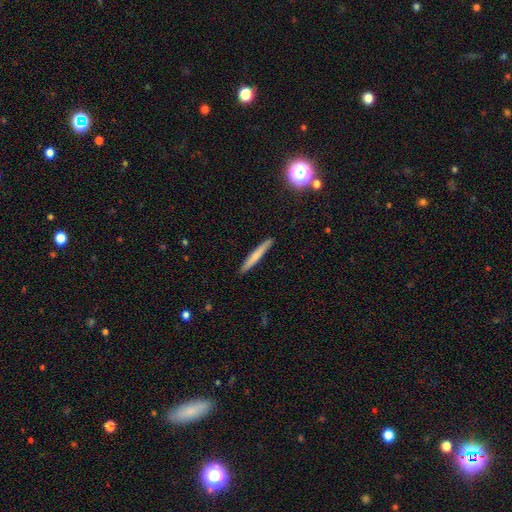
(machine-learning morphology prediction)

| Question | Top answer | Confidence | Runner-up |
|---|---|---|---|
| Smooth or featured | smooth | 65% | featured or disk (28%) |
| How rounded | cigar-shaped | 96% | in between (3%) |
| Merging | none | 90% | minor disturbance (7%) |